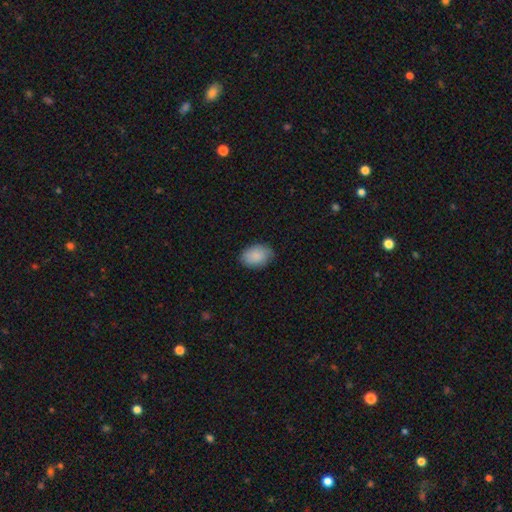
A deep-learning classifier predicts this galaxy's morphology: A smooth galaxy with no disk features (88%) that is in between round and cigar-shaped (84%).

Vote fractions:
- Smooth or featured? smooth: 88% / star or artifact: 6% / featured or disk: 6%
- How rounded? in between: 84% / round: 15% / cigar-shaped: 1%
- Merging? none: 82% / minor disturbance: 14% / major disturbance: 3% / merger: 1%